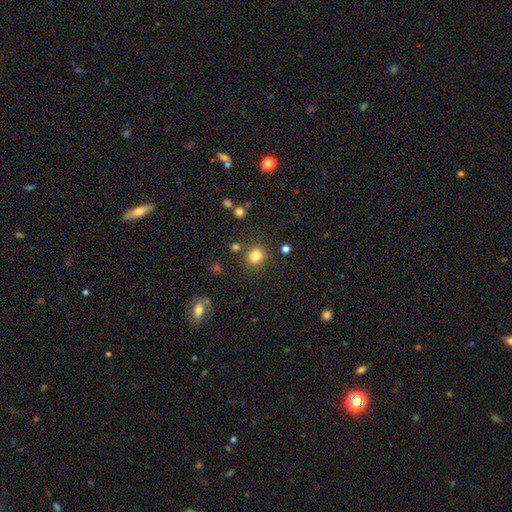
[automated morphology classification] Smooth or featured? smooth (81%)
How rounded? round (67%)
Merging? none (79%)